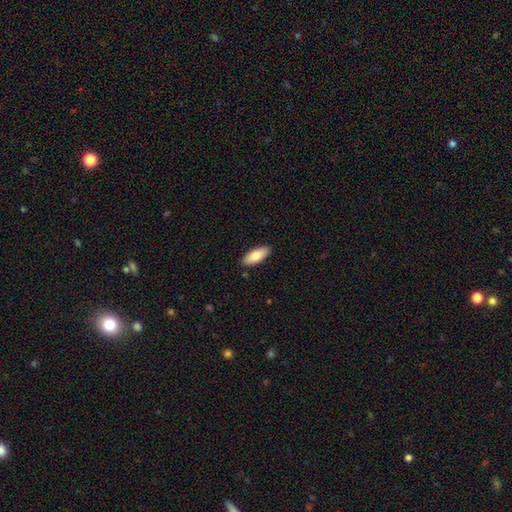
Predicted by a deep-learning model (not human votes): Smooth or featured?
  - smooth: 83% *
  - featured or disk: 12%
  - star or artifact: 6%
How rounded?
  - in between: 80% *
  - cigar-shaped: 18%
  - round: 2%
Merging?
  - none: 89% *
  - minor disturbance: 8%
  - major disturbance: 2%
  - merger: 1%